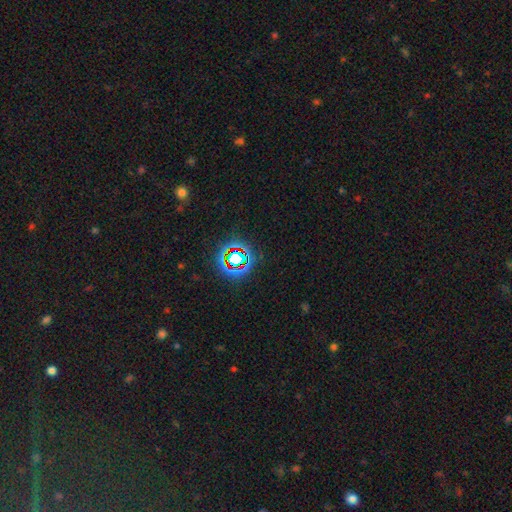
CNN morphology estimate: Smooth or featured? Predicted: star or artifact (p=0.77).